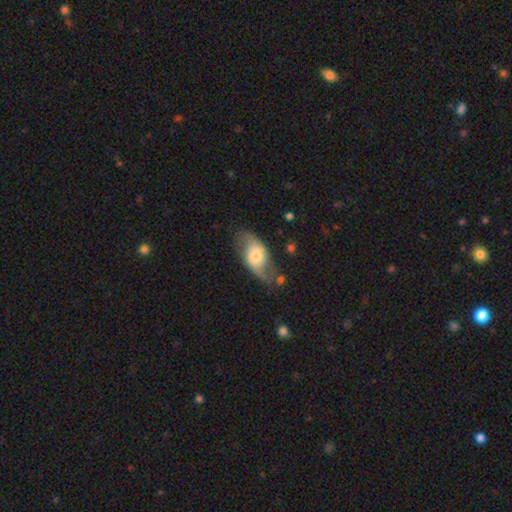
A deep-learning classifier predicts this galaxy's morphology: The model was most divided on "smooth or featured": featured or disk: 52%, smooth: 42%, star or artifact: 7%. More confident: edge-on disk — no (89%); merging — none (57%).